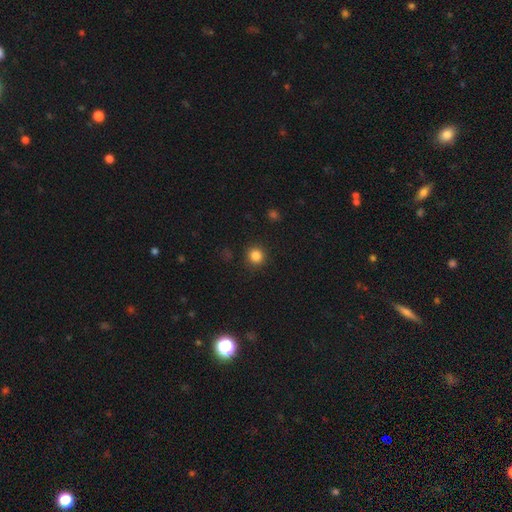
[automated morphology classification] A smooth galaxy with no disk features (84%) that is round (92%). Merging: none (91%).